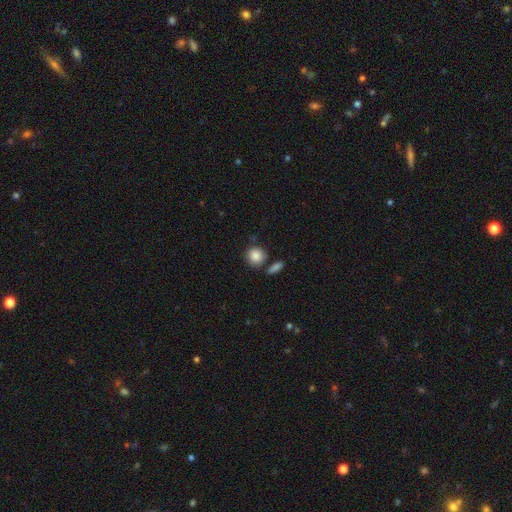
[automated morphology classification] Smooth or featured?
  - smooth: 87% *
  - star or artifact: 8%
  - featured or disk: 5%
How rounded?
  - round: 87% *
  - in between: 12%
  - cigar-shaped: 1%
Merging?
  - none: 75% *
  - minor disturbance: 12%
  - merger: 10%
  - major disturbance: 3%